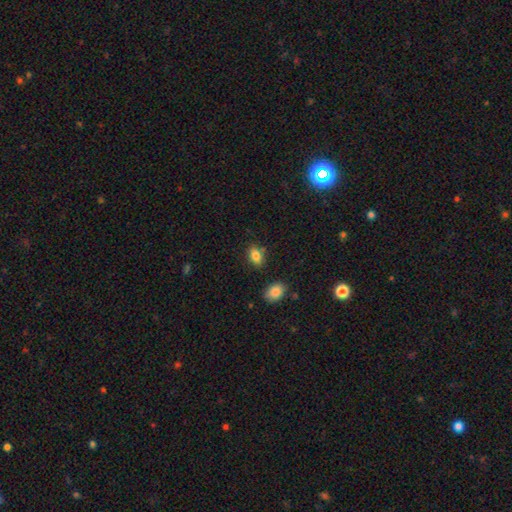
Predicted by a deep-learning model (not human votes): smooth_or_featured: smooth (p=0.83) [alt: star or artifact p=0.09]
how_rounded: in between (p=0.85) [alt: round p=0.13]
merging: none (p=0.79) [alt: minor disturbance p=0.13]